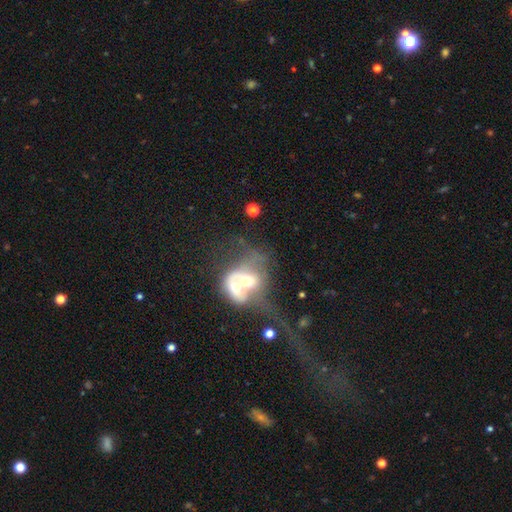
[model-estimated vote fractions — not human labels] This is marginally a featured or disk galaxy (42%). Merging: marginally merger (39%).